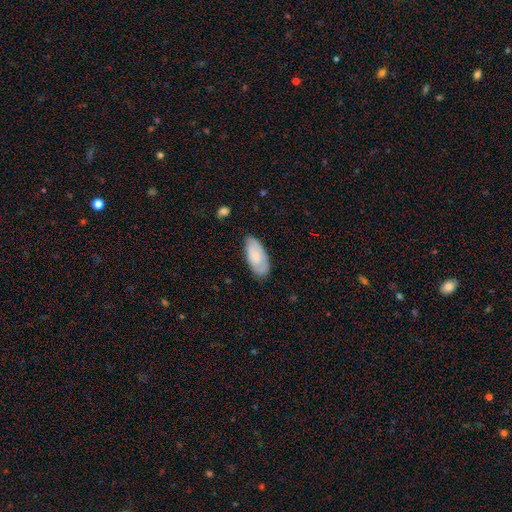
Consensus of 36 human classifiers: Smooth or featured: smooth — 64% (featured or disk — 33%)
How rounded: in between — 91% (round — 4%)
Merging: none — 83% (minor disturbance — 11%)